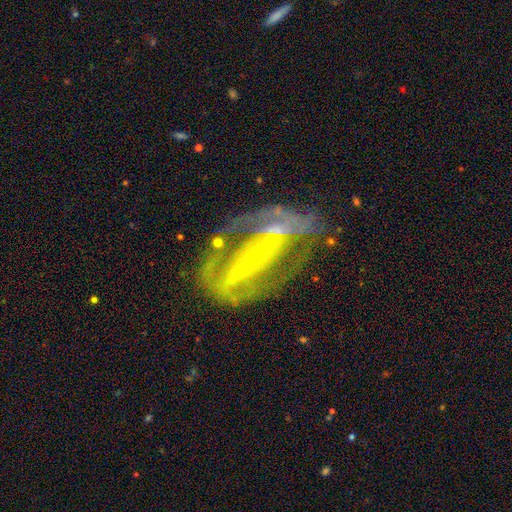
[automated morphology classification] Smooth or featured: featured or disk — 85% (star or artifact — 8%)
Edge-on disk: no — 87% (yes — 13%)
Bar: strong — 70% (weak — 15%)
Spiral arms: yes — 76% (no — 24%)
Spiral winding: medium — 41% (tight — 39%)
Spiral arm count: 2 — 67% (can't tell — 18%)
Bulge size: small — 86% (moderate — 10%)
Merging: none — 54% (minor disturbance — 19%)